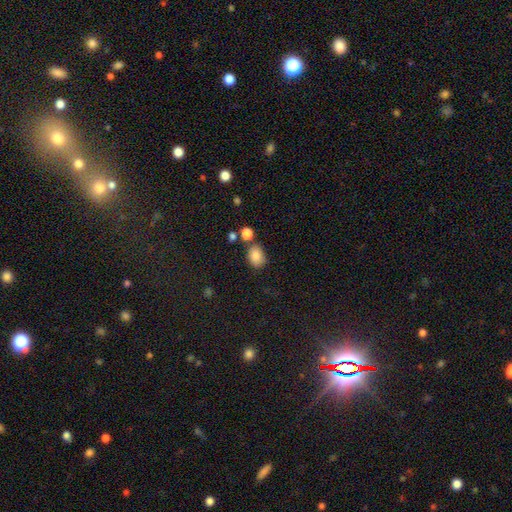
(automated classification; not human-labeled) Smooth or featured: smooth — 84% (star or artifact — 10%)
How rounded: in between — 63% (round — 36%)
Merging: none — 73% (minor disturbance — 15%)